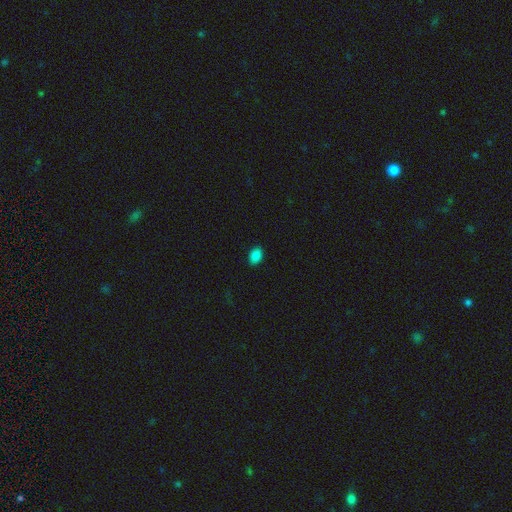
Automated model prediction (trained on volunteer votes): Smooth or featured? smooth (87%)
How rounded? in between (84%)
Merging? none (89%)